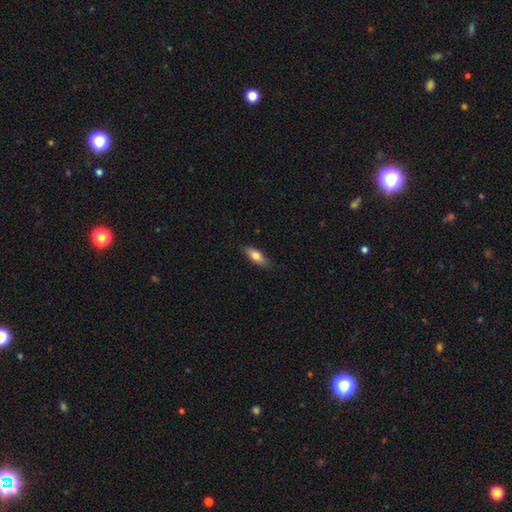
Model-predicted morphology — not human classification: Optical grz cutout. It shows a smooth galaxy with no disk features (77%) that is in between round and cigar-shaped (68%). Merging: none (79%).